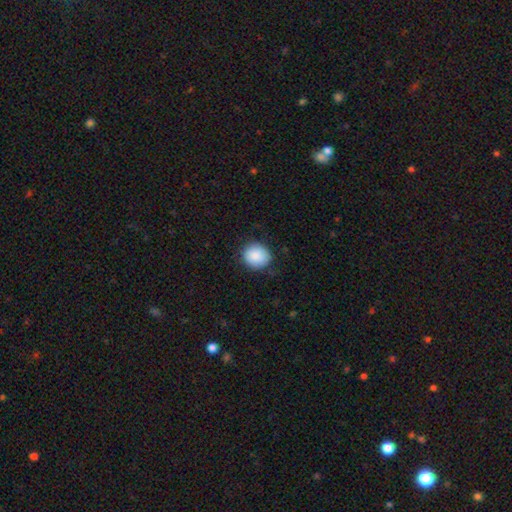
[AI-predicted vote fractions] This appears to be a smooth galaxy with no disk features (88%) that is round (84%). Merging: none (84%).